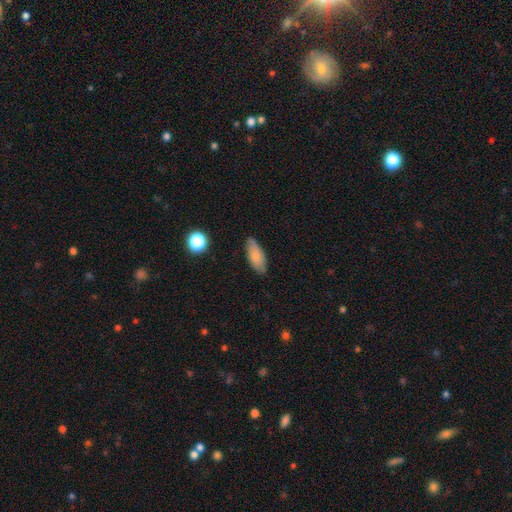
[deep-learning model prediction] Smooth or featured: smooth — 79% (featured or disk — 14%)
How rounded: in between — 81% (cigar-shaped — 16%)
Merging: none — 78% (minor disturbance — 18%)